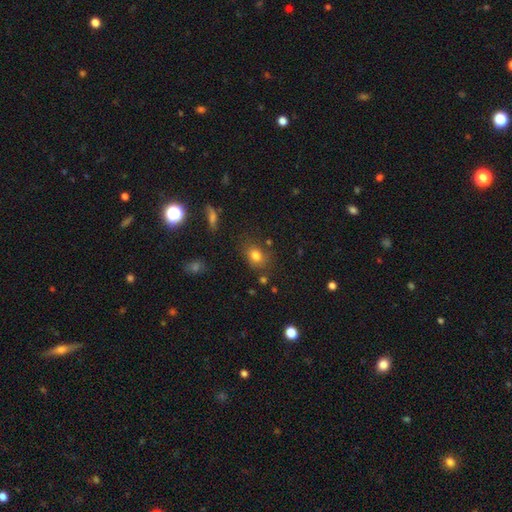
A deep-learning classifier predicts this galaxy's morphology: A smooth galaxy with no disk features (79%) that is in between round and cigar-shaped (57%).

Vote fractions:
- Smooth or featured? smooth: 79% / star or artifact: 13% / featured or disk: 8%
- How rounded? in between: 57% / round: 42% / cigar-shaped: 1%
- Merging? none: 74% / minor disturbance: 16% / merger: 5% / major disturbance: 5%